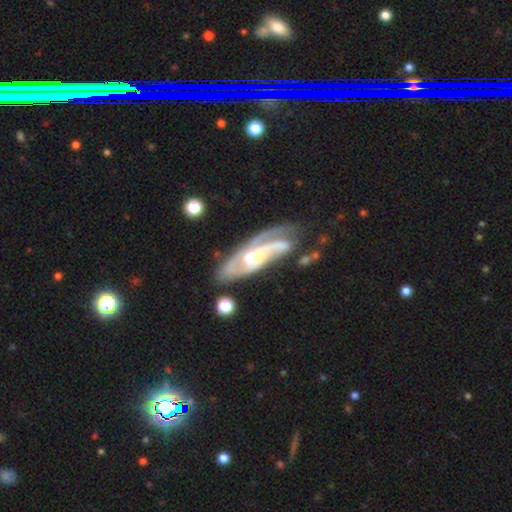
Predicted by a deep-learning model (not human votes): This is clearly a featured or disk galaxy (82%). It is clearly not viewed edge-on (87%). Bar: marginally no (43%). Spiral arm pattern: clearly yes (93%). Spiral arm count: possibly 2 (51%). Spiral winding: marginally tight (44%). Central bulge: marginally small (38%). Merging: possibly none (53%).